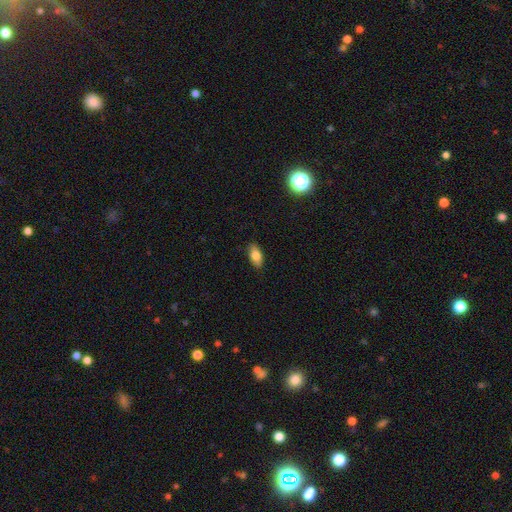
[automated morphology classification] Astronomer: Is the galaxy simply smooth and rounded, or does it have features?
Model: smooth — 82%.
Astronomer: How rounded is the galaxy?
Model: in between — 87%.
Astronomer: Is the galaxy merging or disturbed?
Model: none — 87%.